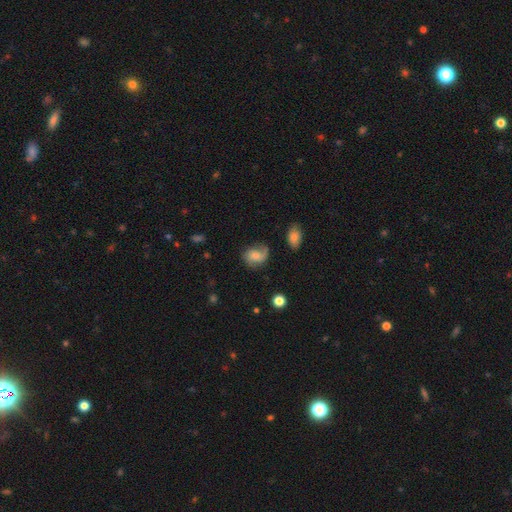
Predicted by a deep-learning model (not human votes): Smooth or featured: featured or disk — 57% (smooth — 34%)
Edge-on disk: no — 97% (yes — 3%)
Bar: no — 63% (weak — 32%)
Spiral arms: yes — 91% (no — 9%)
Spiral winding: medium — 41% (loose — 40%)
Spiral arm count: 2 — 68% (1 — 18%)
Bulge size: small — 46% (moderate — 38%)
Merging: none — 61% (minor disturbance — 24%)